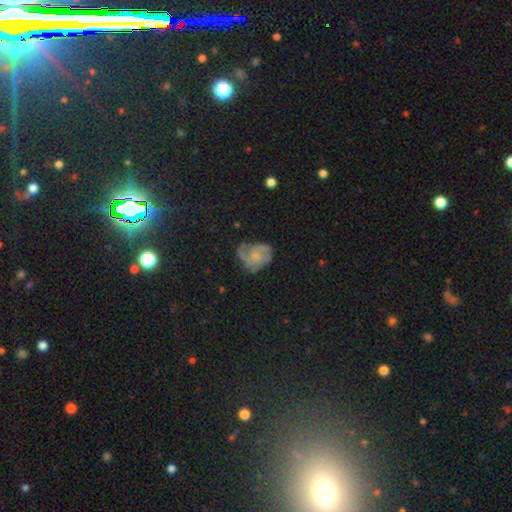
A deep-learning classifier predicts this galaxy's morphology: featured or disk 64%, smooth 26%, star or artifact 10%. Down the decision tree: edge-on disk — no (98%); bar — no (79%); spiral arms — yes (83%); spiral arm count — 3 (31%); spiral winding — medium (45%); bulge size — small (58%); merging — none (53%).